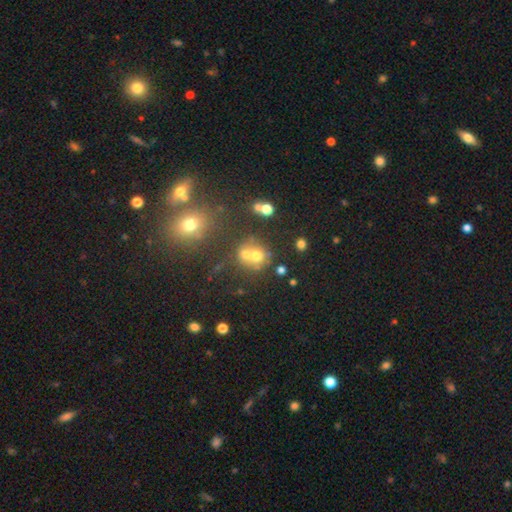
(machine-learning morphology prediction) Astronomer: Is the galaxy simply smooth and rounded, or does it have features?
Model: smooth — 61%.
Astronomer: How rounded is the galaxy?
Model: round — 81%.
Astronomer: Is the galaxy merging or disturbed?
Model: merger — 46% (runner-up: none, 41%).